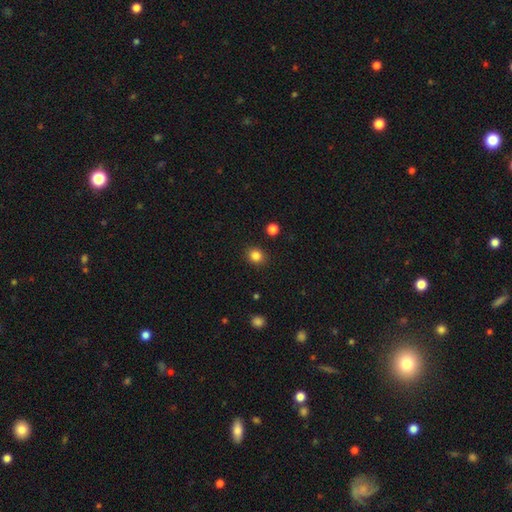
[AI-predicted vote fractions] Smooth or featured? smooth (84%)
How rounded? round (82%)
Merging? none (90%)